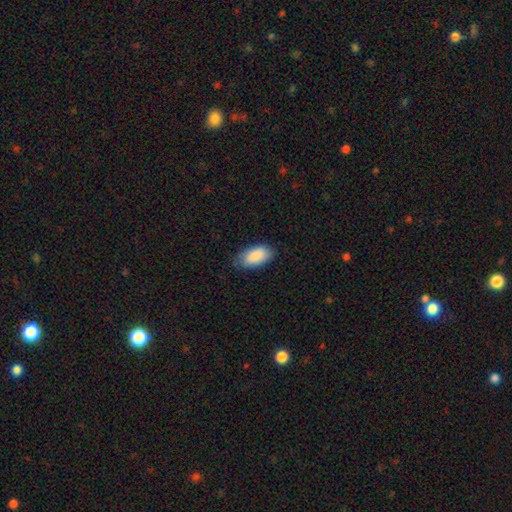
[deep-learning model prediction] smooth_or_featured: smooth (p=0.87) [alt: featured or disk p=0.07]
how_rounded: in between (p=0.94) [alt: cigar-shaped p=0.03]
merging: none (p=0.77) [alt: minor disturbance p=0.19]